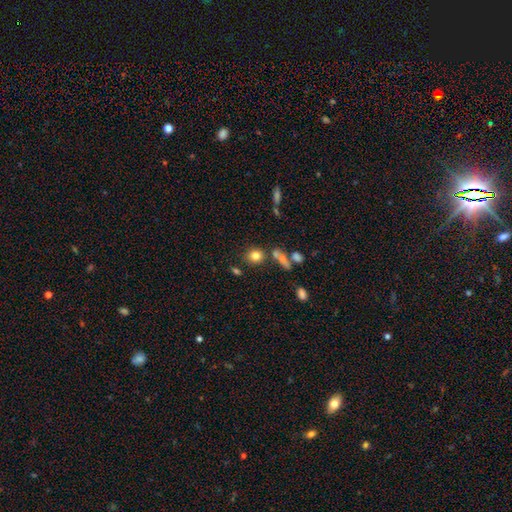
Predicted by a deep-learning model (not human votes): Smooth or featured?
  - smooth: 78% *
  - star or artifact: 12%
  - featured or disk: 10%
How rounded?
  - round: 73% *
  - in between: 25%
  - cigar-shaped: 2%
Merging?
  - none: 71% *
  - merger: 13%
  - minor disturbance: 11%
  - major disturbance: 5%